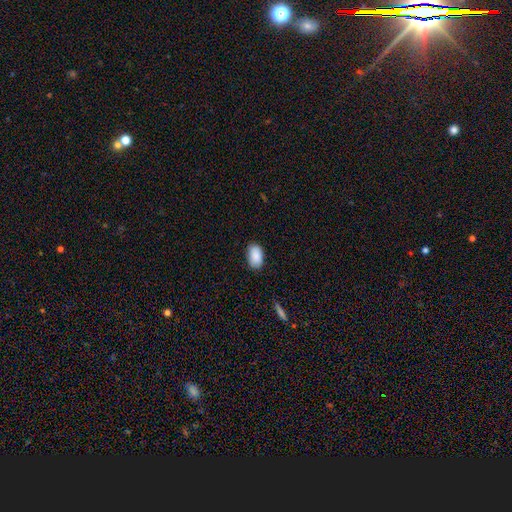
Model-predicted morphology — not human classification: This is clearly a smooth galaxy (90%). How rounded: clearly in between (93%). Merging: clearly none (84%).